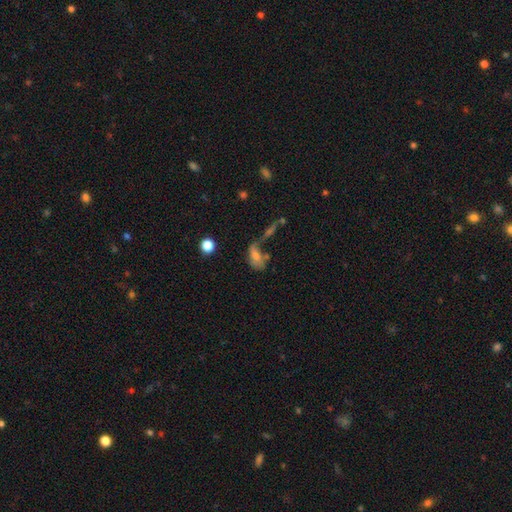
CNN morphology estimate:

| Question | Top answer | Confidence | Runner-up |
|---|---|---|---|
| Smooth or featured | smooth | 57% | featured or disk (28%) |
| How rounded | in between | 81% | cigar-shaped (10%) |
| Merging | merger | 31% | tied: none (31%) |